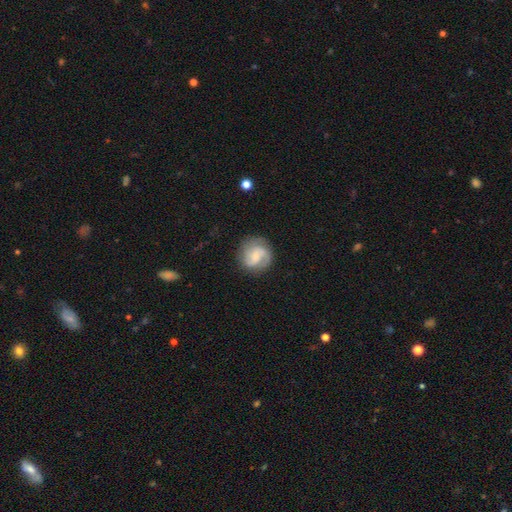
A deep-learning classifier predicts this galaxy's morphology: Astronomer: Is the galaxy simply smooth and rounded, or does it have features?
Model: featured or disk — 61%.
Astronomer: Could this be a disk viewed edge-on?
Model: no — 98%.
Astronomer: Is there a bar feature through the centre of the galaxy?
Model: weak — 45% (runner-up: no, 44%).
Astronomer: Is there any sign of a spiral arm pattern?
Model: yes — 91%.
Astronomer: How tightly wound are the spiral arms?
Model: medium — 45% (runner-up: loose, 28%).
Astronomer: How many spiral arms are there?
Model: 2 — 65%.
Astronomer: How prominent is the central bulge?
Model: small — 52%.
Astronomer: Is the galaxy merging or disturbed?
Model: none — 75%.